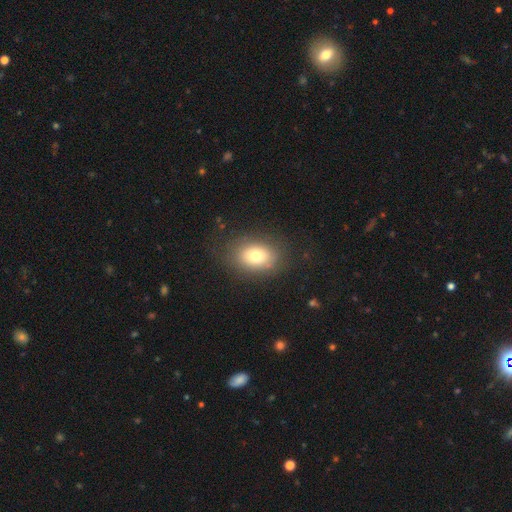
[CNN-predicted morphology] This is likely a smooth galaxy (75%). How rounded: likely in between (73%). Merging: likely none (80%).